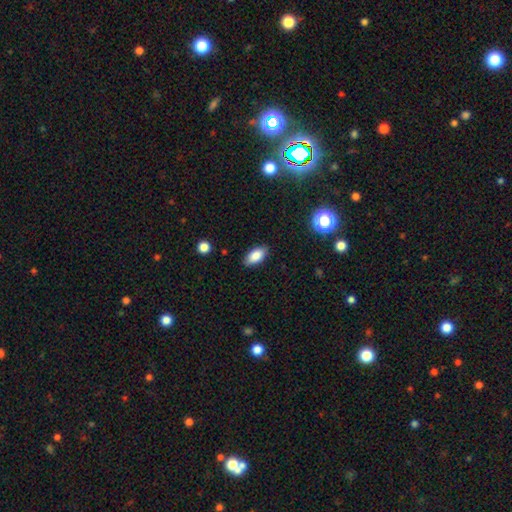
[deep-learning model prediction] smooth_or_featured: smooth (p=0.85) [alt: star or artifact p=0.08]
how_rounded: in between (p=0.91) [alt: cigar-shaped p=0.05]
merging: none (p=0.86) [alt: minor disturbance p=0.11]